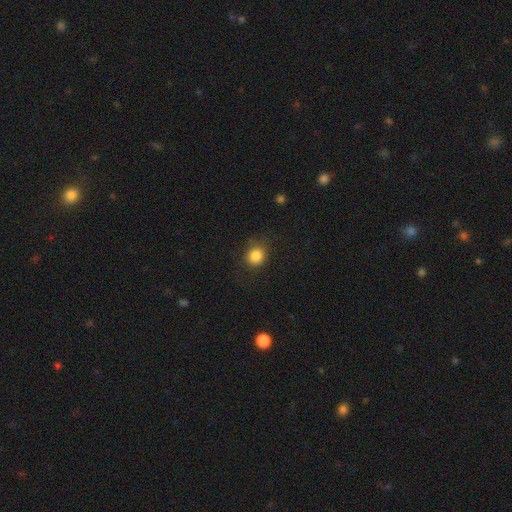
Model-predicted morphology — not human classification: smooth 85%, star or artifact 11%, featured or disk 5%. Down the decision tree: how rounded — round (81%); merging — none (80%).